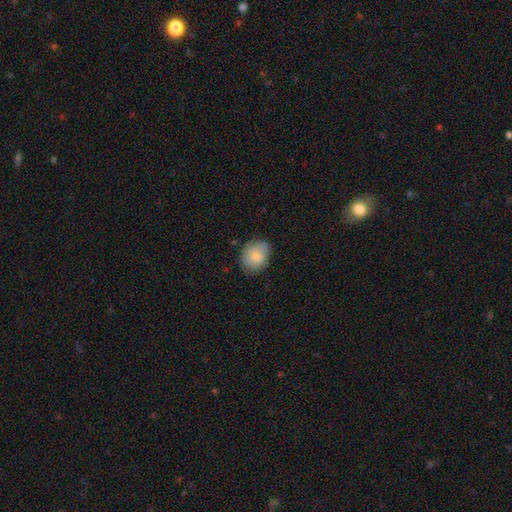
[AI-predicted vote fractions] This appears to be a smooth galaxy with no disk features (79%) that is round (55%). Merging: none (73%).